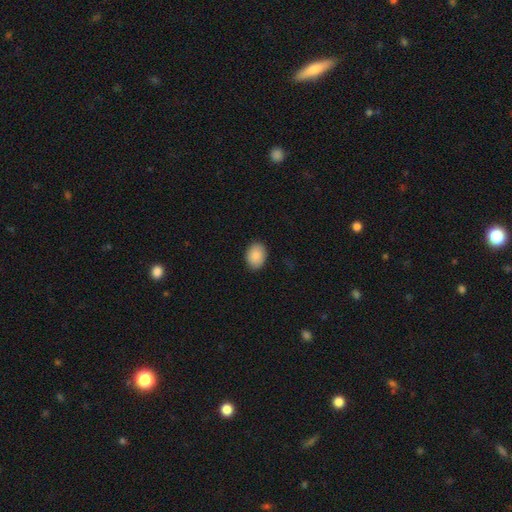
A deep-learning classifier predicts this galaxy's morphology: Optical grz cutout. It shows a smooth galaxy with no disk features (89%) that is in between round and cigar-shaped (70%). Merging: none (89%).